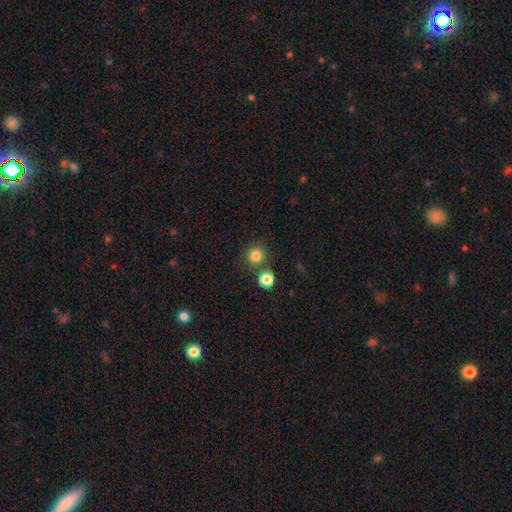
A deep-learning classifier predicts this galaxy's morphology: Smooth or featured? smooth (83%)
How rounded? round (91%)
Merging? none (73%)